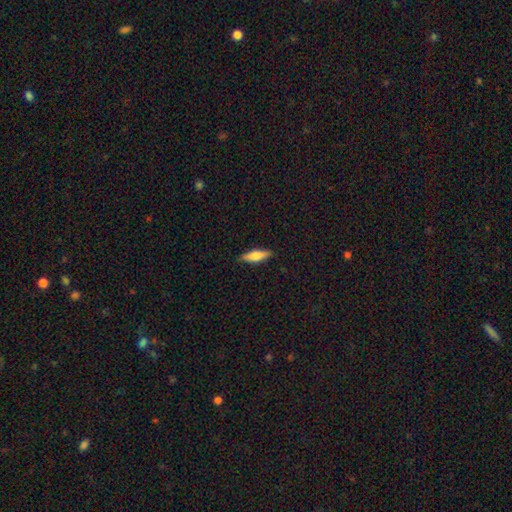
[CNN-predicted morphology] smooth_or_featured: smooth (p=0.70) [alt: featured or disk p=0.24]
how_rounded: cigar-shaped (p=0.57) [alt: in between p=0.41]
merging: none (p=0.88) [alt: minor disturbance p=0.09]